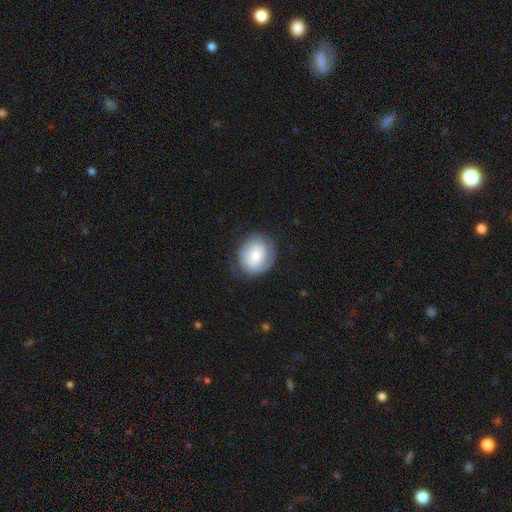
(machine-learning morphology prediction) A smooth galaxy with no disk features (58%) that is round (69%). Merging: none (69%).